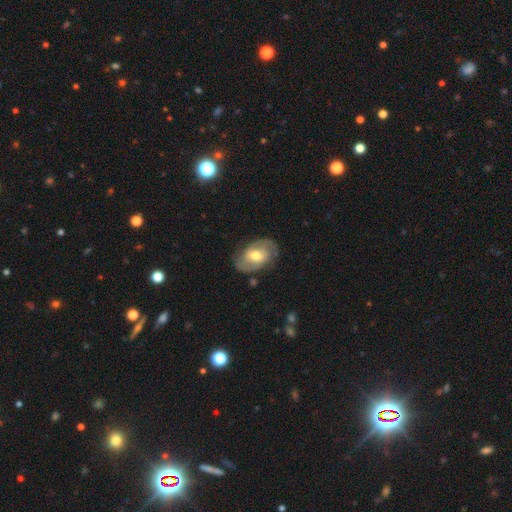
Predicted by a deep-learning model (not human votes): smooth_or_featured: featured or disk (p=0.70) [alt: smooth p=0.25]
disk_edge_on: no (p=0.95) [alt: yes p=0.05]
bar: no (p=0.42) [alt: weak p=0.41]
has_spiral_arms: yes (p=0.81) [alt: no p=0.19]
spiral_winding: medium (p=0.44) [alt: tight p=0.38]
spiral_arm_count: 2 (p=0.82) [alt: can't tell p=0.11]
bulge_size: moderate (p=0.71) [alt: small p=0.19]
merging: none (p=0.77) [alt: minor disturbance p=0.16]